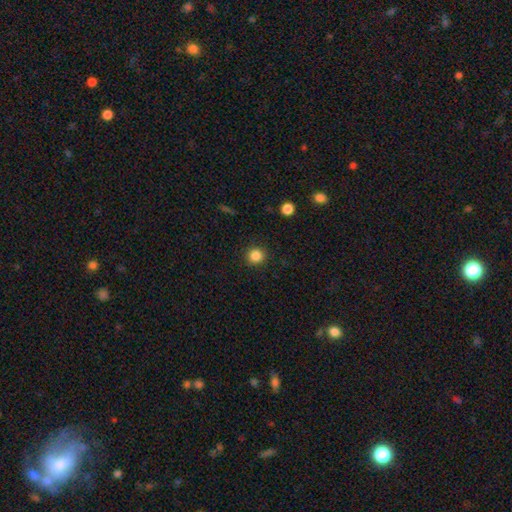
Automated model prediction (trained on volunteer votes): Smooth or featured? smooth (85%)
How rounded? round (92%)
Merging? none (91%)